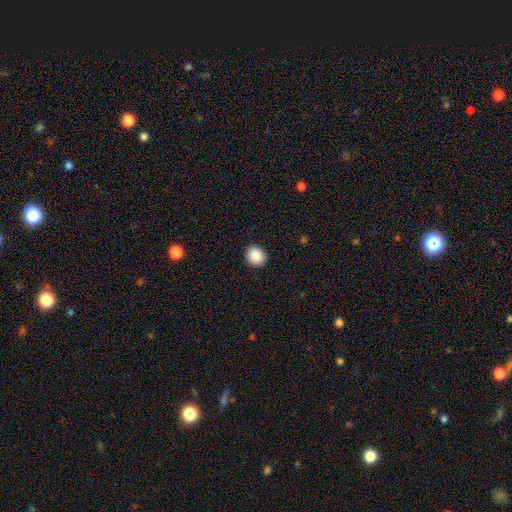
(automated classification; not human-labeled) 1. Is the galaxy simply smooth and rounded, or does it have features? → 89% smooth, 8% star or artifact, 3% featured or disk.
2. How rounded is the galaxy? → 78% round, 21% in between, 1% cigar-shaped.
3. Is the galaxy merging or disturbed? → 91% none, 6% minor disturbance, 2% major disturbance, 1% merger.